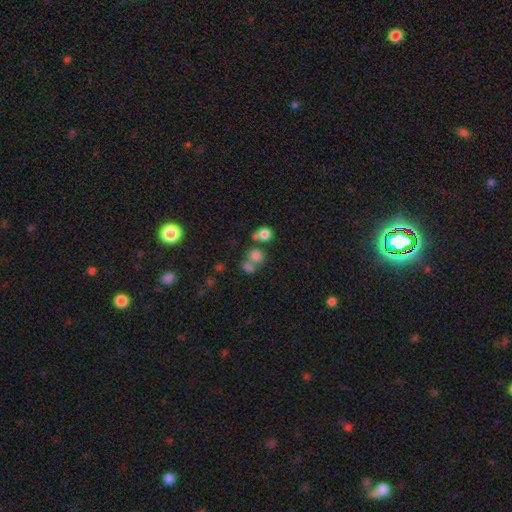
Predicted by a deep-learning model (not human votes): Smooth or featured: smooth — 74% (star or artifact — 16%)
How rounded: round — 74% (in between — 25%)
Merging: none — 47% (merger — 38%)